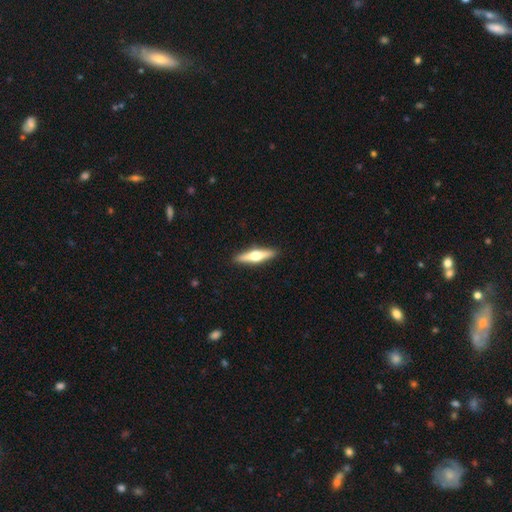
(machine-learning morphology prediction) Smooth or featured: featured or disk — 61% (smooth — 34%)
Edge-on disk: yes — 96% (no — 4%)
Edge-on bulge: rounded — 96% (boxy — 2%)
Merging: none — 91% (minor disturbance — 6%)